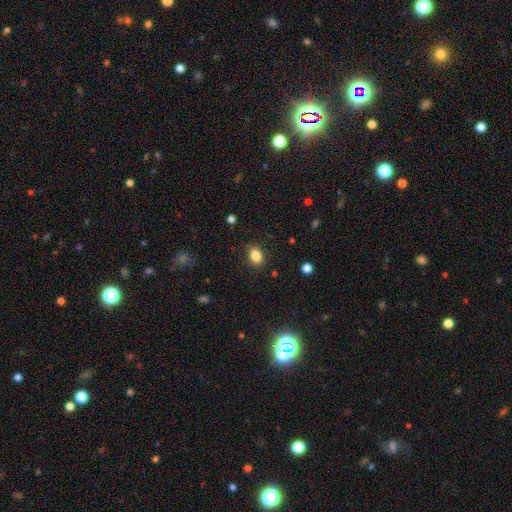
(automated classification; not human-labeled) Overall: smooth (85%). How rounded: in between (74%). Merging: none (85%).